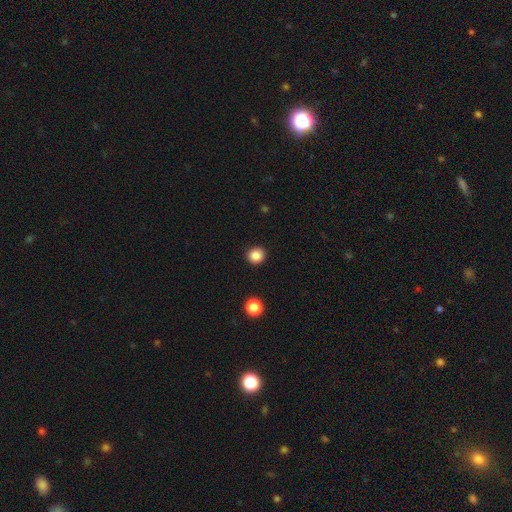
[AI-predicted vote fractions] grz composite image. It shows a smooth galaxy with no disk features (87%) that is round (89%). Merging: none (92%).